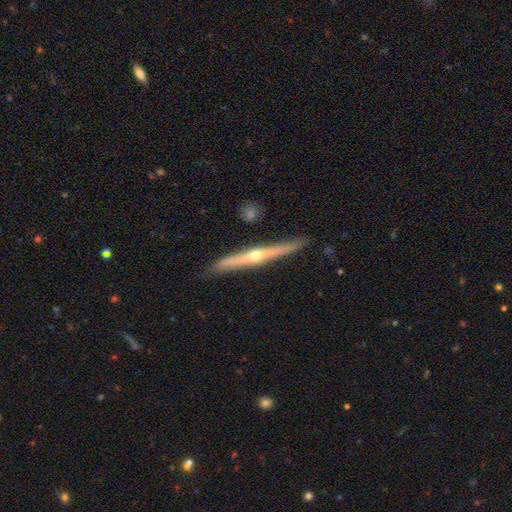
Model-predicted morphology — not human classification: A featured or disk galaxy (72%) viewed edge-on (97%) with a rounded central bulge (85%).

Vote fractions:
- Smooth or featured? featured or disk: 72% / smooth: 23% / star or artifact: 5%
- Edge-on disk? yes: 97% / no: 3%
- Edge-on bulge? rounded: 85% / none: 12% / boxy: 2%
- Merging? none: 87% / minor disturbance: 9% / major disturbance: 2% / merger: 2%